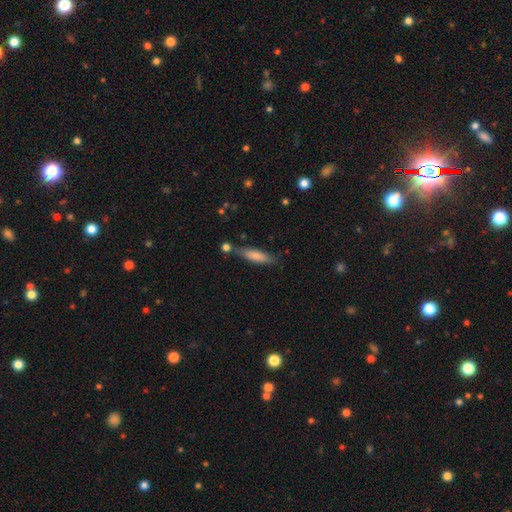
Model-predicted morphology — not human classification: Smooth or featured: smooth — 77% (featured or disk — 16%)
How rounded: cigar-shaped — 71% (in between — 27%)
Merging: none — 71% (minor disturbance — 16%)